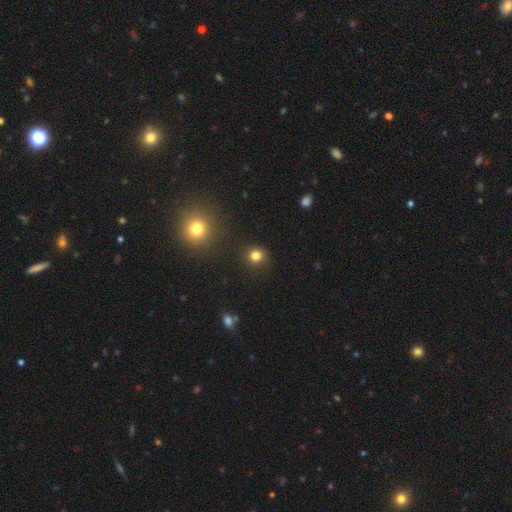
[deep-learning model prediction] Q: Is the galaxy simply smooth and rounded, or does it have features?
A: smooth — 81%.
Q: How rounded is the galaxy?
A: round — 90%.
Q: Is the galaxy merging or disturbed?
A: none — 90%.